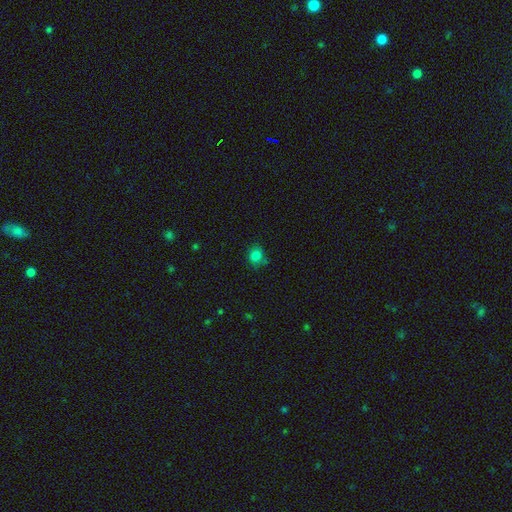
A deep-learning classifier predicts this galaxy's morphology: type=smooth (81%); roundness=round (70%); merging=none (70%).